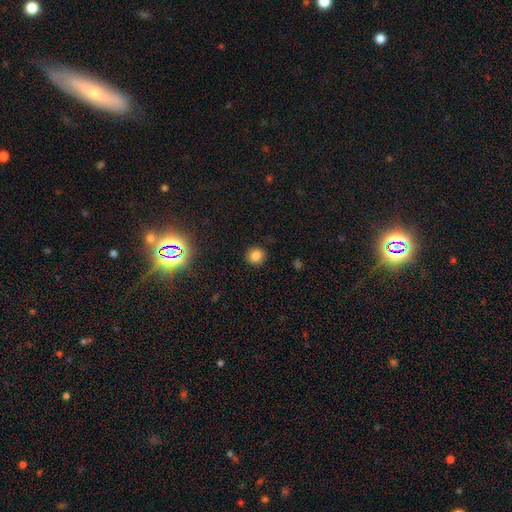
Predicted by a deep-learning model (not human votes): Smooth or featured? smooth (82%)
How rounded? round (81%)
Merging? none (88%)